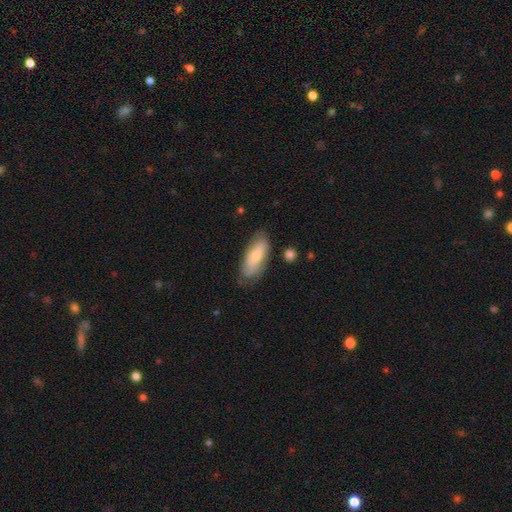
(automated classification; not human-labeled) This is likely a smooth galaxy (66%). How rounded: likely in between (75%). Merging: likely none (72%).